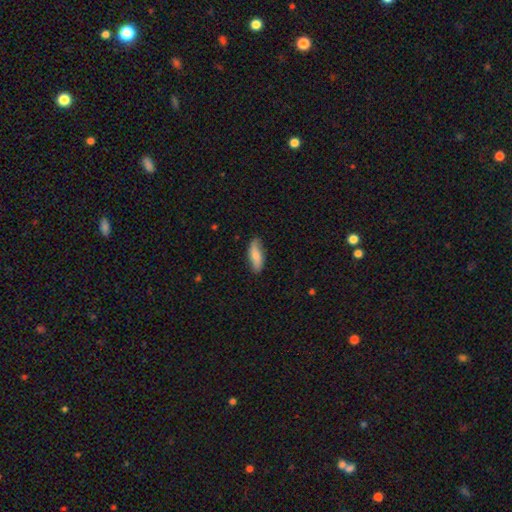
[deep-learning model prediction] Morphology: type=smooth (71%); roundness=in between (62%); merging=none (82%).